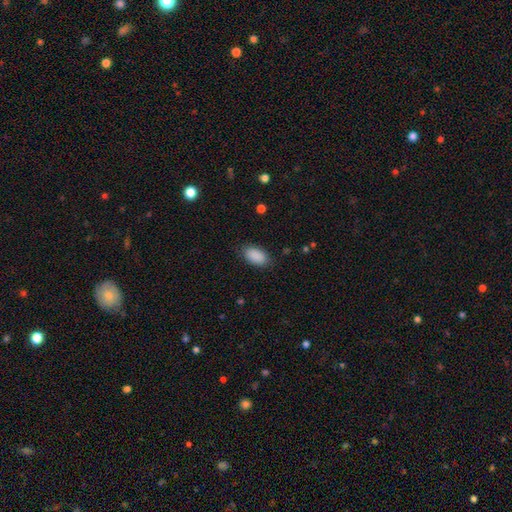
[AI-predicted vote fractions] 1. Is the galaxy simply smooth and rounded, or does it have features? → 90% smooth, 7% star or artifact, 3% featured or disk.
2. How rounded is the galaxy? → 94% in between, 4% round, 2% cigar-shaped.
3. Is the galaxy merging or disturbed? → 85% none, 11% minor disturbance, 3% major disturbance, 1% merger.